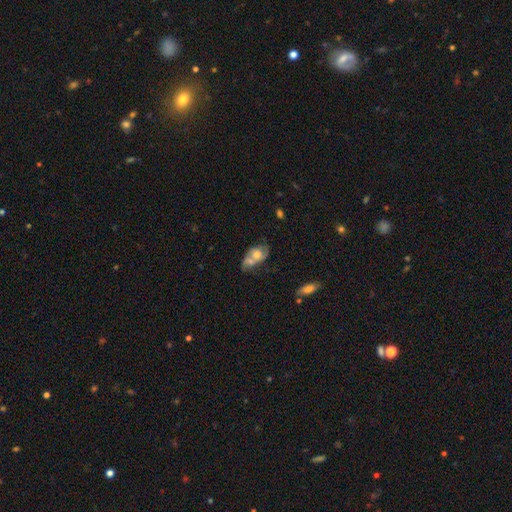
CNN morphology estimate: type=featured or disk (50%); edge-on=no (94%); merging=merger (47%).